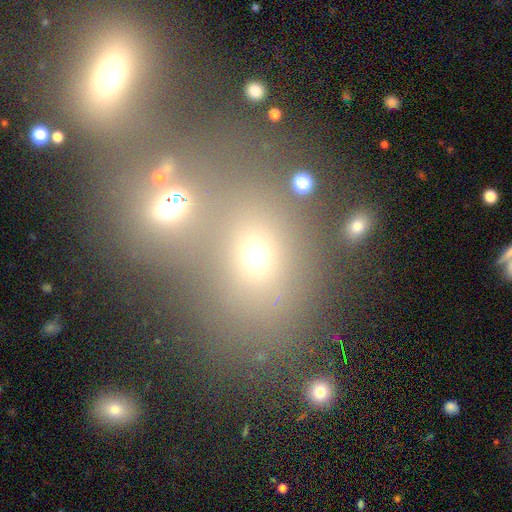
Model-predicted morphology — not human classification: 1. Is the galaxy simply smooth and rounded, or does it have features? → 61% smooth, 23% star or artifact, 16% featured or disk.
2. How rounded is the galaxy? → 53% in between, 45% round, 2% cigar-shaped.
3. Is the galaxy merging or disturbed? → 44% none, 40% merger, 10% minor disturbance, 6% major disturbance.